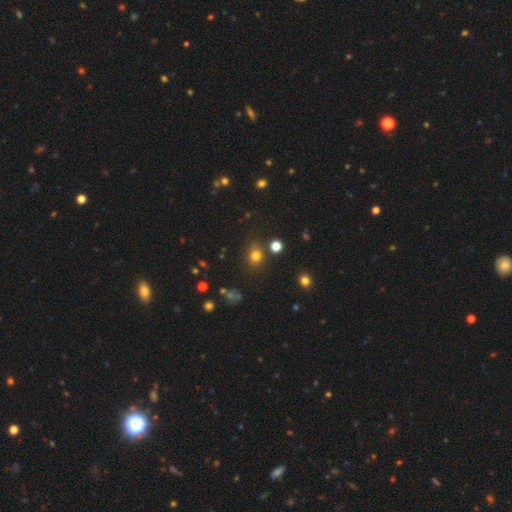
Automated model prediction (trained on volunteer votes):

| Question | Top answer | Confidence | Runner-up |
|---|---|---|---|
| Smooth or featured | smooth | 75% | star or artifact (18%) |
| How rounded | round | 69% | in between (30%) |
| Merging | none | 78% | minor disturbance (12%) |